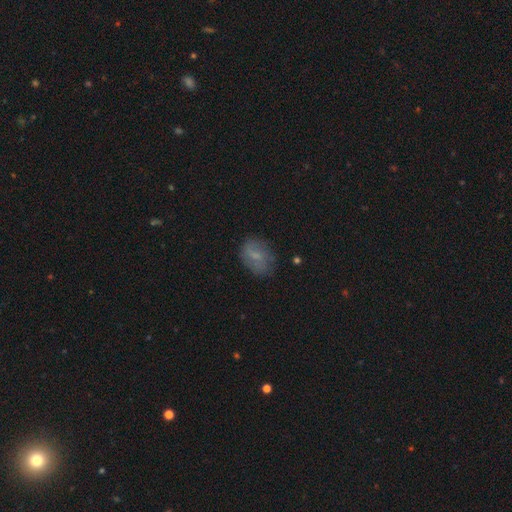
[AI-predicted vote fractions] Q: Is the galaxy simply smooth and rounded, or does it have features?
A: smooth — 64%.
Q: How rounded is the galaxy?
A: in between — 74%.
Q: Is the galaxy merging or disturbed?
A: none — 69%.